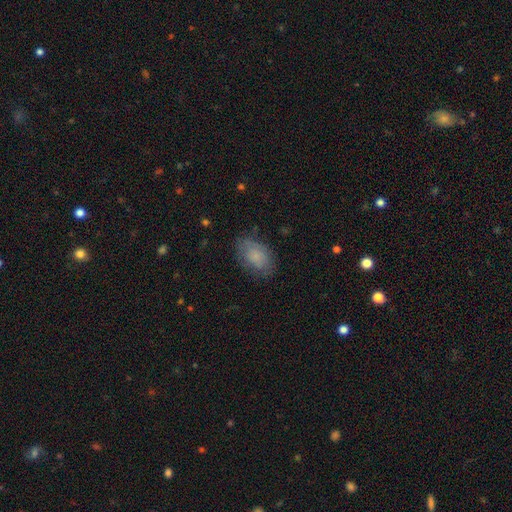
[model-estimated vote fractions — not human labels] This appears to be a smooth galaxy with no disk features (74%) that is in between round and cigar-shaped (88%). Merging: none (72%).